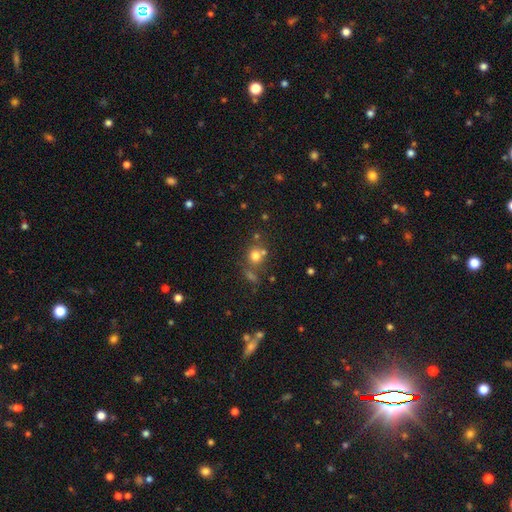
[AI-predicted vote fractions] Morphology: type=smooth (72%); roundness=round (83%); merging=none (57%).